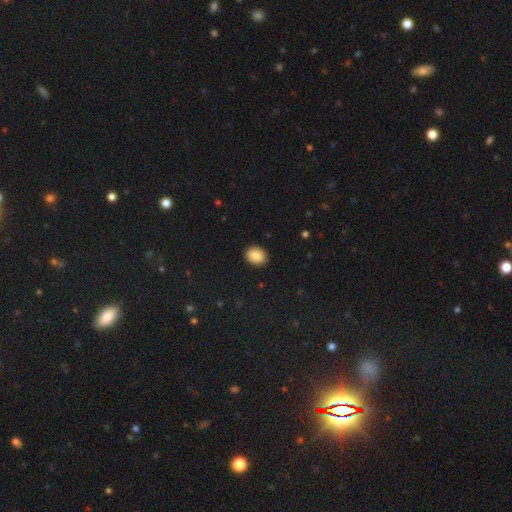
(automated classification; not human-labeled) smooth 88%, star or artifact 8%, featured or disk 4%. Down the decision tree: how rounded — in between (60%); merging — none (89%).